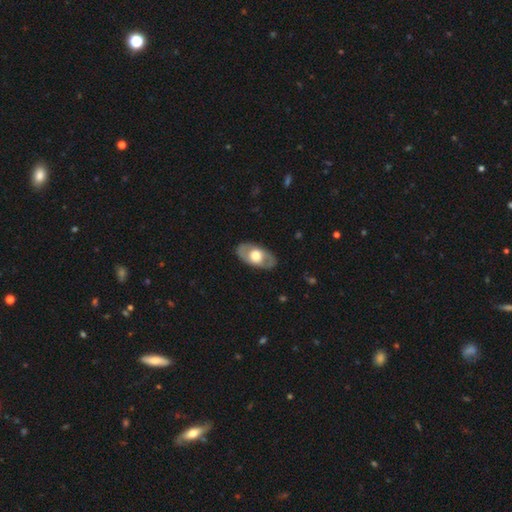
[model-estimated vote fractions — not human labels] A featured or disk galaxy (54%). Merging: none (84%).